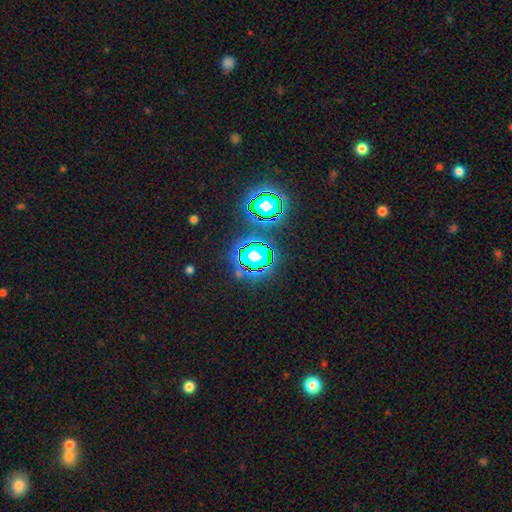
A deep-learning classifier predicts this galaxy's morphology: The model was most divided on "smooth or featured": star or artifact: 79%, smooth: 13%, featured or disk: 8%.